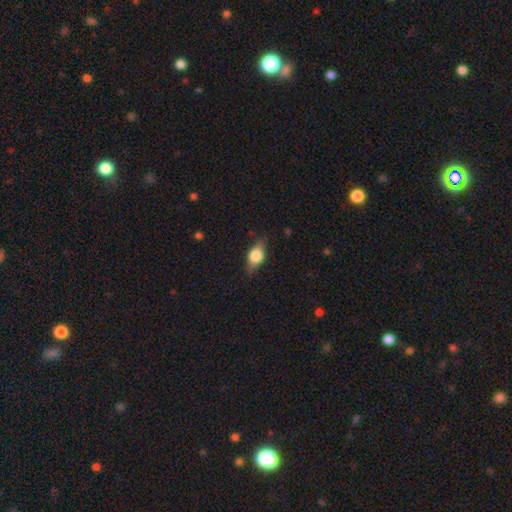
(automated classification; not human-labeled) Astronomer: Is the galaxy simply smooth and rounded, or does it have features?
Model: smooth — 62%.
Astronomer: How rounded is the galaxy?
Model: in between — 76%.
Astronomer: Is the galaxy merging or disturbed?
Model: none — 76%.